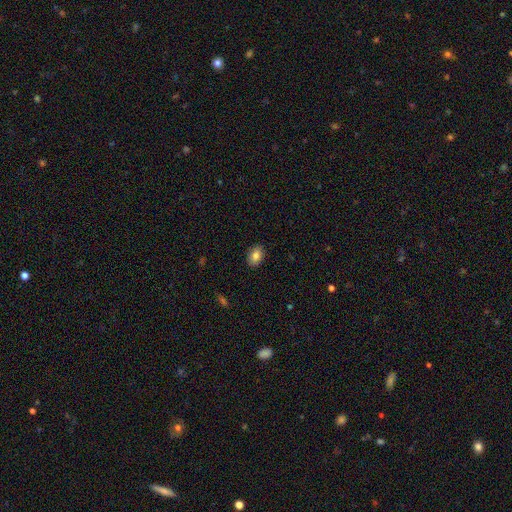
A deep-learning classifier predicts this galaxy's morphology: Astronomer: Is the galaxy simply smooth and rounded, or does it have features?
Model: smooth — 82%.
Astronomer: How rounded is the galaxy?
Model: in between — 83%.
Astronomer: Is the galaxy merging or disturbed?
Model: none — 89%.